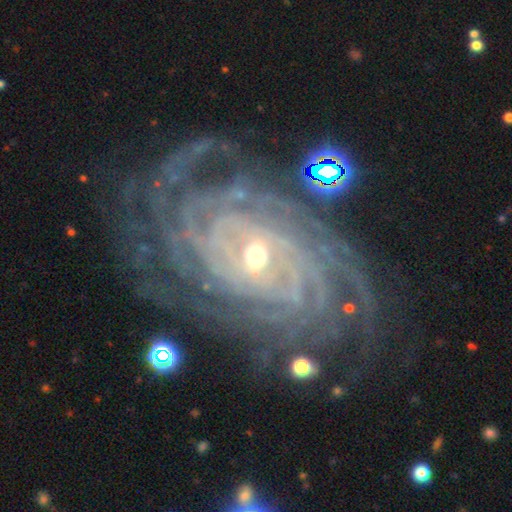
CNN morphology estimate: This appears to be a featured or disk galaxy (91%) with no bar (51%), more than 4 (30%) tight (85%) spiral arms (98%) and a small central bulge (69%). Merging: none (77%).